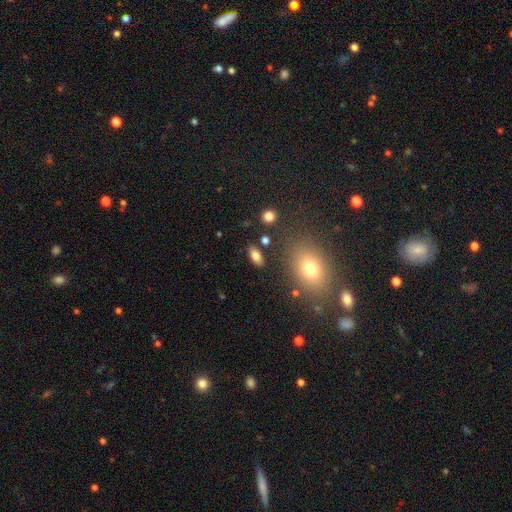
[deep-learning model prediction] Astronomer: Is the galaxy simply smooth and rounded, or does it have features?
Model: smooth — 80%.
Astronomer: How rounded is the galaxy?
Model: in between — 86%.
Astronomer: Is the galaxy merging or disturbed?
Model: none — 83%.